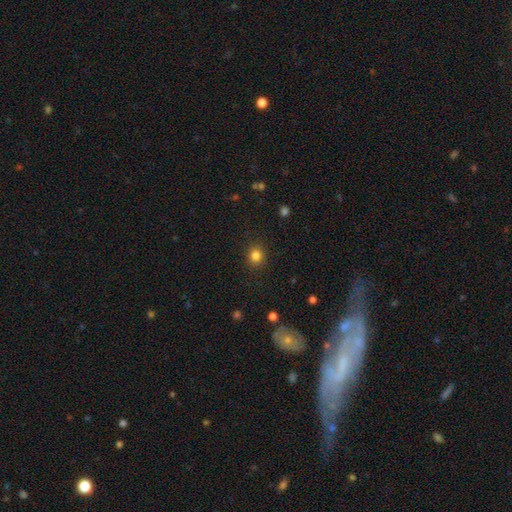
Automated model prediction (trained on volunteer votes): This is clearly a smooth galaxy (83%). How rounded: clearly round (86%). Merging: clearly none (90%).